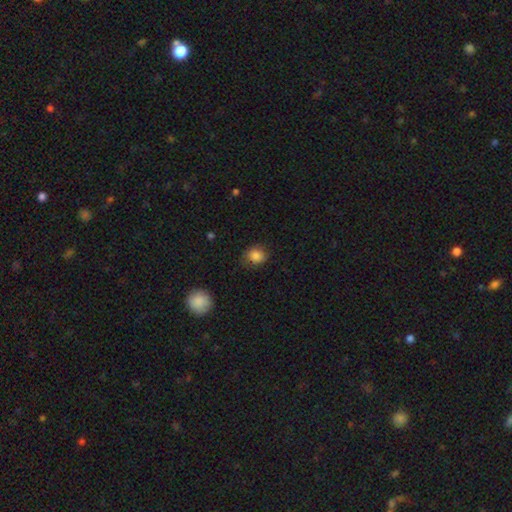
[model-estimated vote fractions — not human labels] The model was most divided on "how rounded": round: 69%, in between: 30%, cigar-shaped: 1%. More confident: smooth or featured — smooth (84%); merging — none (69%).